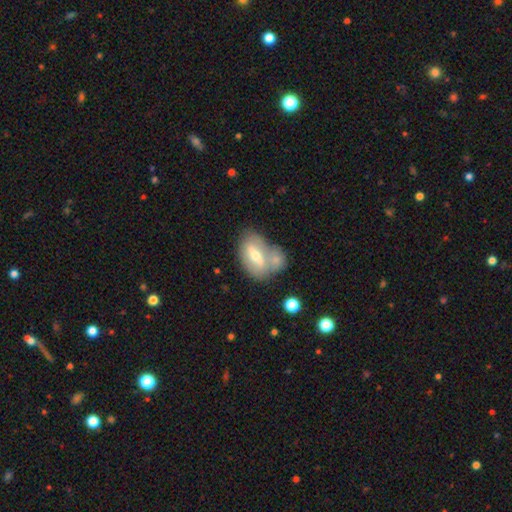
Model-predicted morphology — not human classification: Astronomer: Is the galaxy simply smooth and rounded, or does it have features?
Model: featured or disk — 47% (runner-up: smooth, 46%).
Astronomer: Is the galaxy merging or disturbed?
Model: merger — 44% (runner-up: none, 35%).